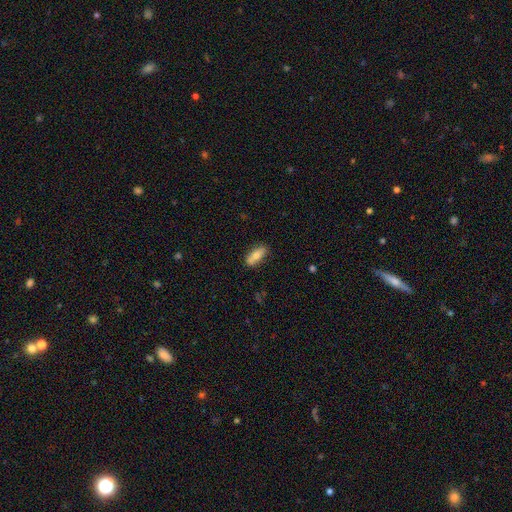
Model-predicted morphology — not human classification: A smooth galaxy with no disk features (74%) that is in between round and cigar-shaped (70%). Merging: none (73%).